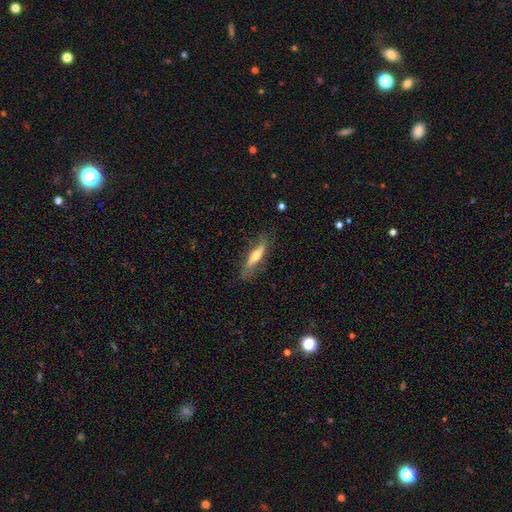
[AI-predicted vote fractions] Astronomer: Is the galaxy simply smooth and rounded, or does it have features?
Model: smooth — 49% (runner-up: featured or disk, 44%).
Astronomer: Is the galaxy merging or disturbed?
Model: none — 72%.